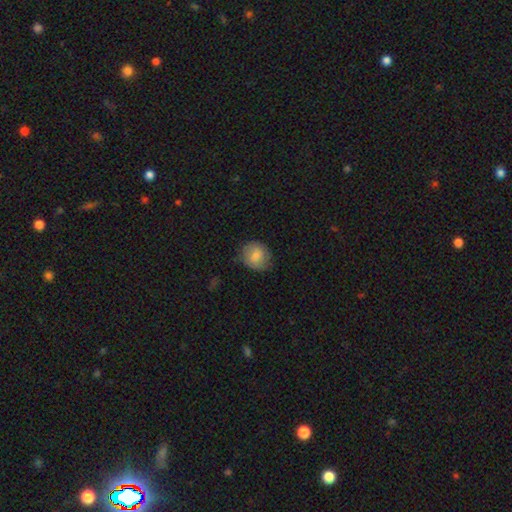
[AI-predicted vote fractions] Smooth or featured?
  - smooth: 78% *
  - featured or disk: 15%
  - star or artifact: 7%
How rounded?
  - round: 78% *
  - in between: 21%
  - cigar-shaped: 1%
Merging?
  - none: 73% *
  - minor disturbance: 21%
  - major disturbance: 5%
  - merger: 1%